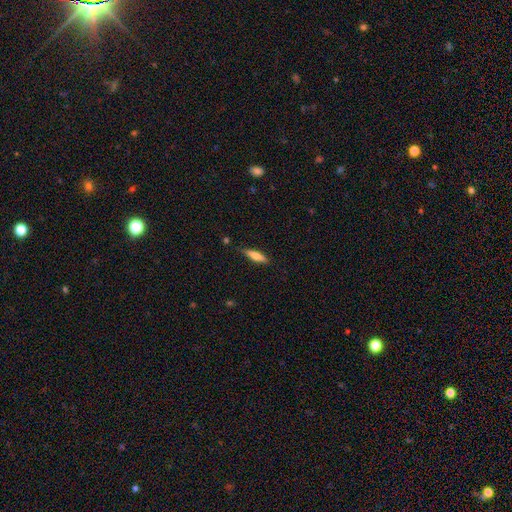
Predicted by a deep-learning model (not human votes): Smooth or featured?
  - smooth: 69% *
  - featured or disk: 25%
  - star or artifact: 6%
How rounded?
  - cigar-shaped: 71% *
  - in between: 28%
  - round: 2%
Merging?
  - none: 82% *
  - minor disturbance: 14%
  - major disturbance: 3%
  - merger: 2%